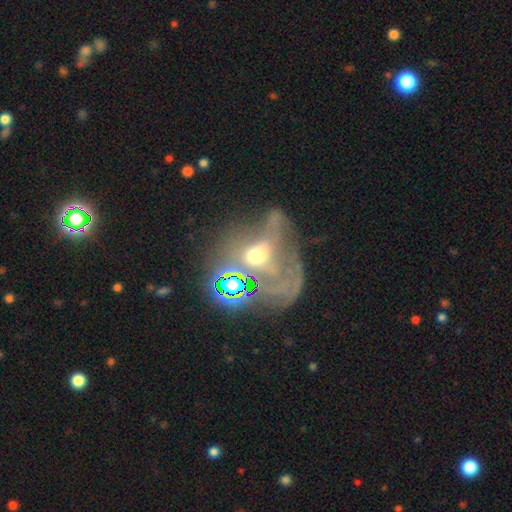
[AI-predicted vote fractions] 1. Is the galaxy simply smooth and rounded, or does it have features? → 48% featured or disk, 27% smooth, 25% star or artifact.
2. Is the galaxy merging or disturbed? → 44% major disturbance, 27% merger, 17% none, 12% minor disturbance.